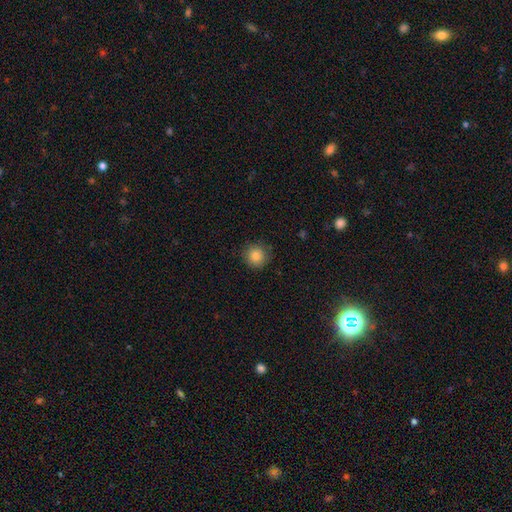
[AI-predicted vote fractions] A smooth galaxy with no disk features (83%) that is round (94%). Merging: none (86%).